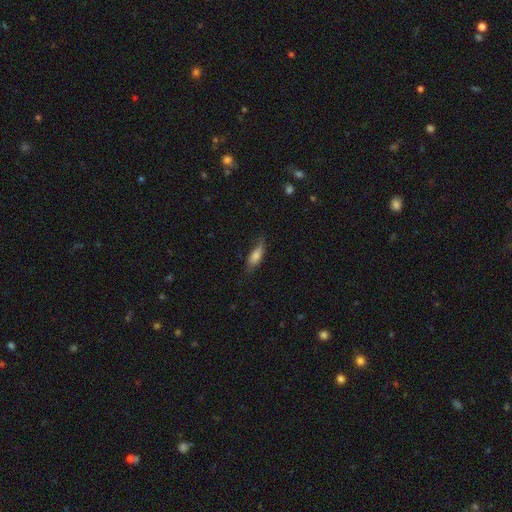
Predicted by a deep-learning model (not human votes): Smooth or featured: smooth — 75% (featured or disk — 18%)
How rounded: in between — 60% (cigar-shaped — 38%)
Merging: none — 65% (minor disturbance — 26%)